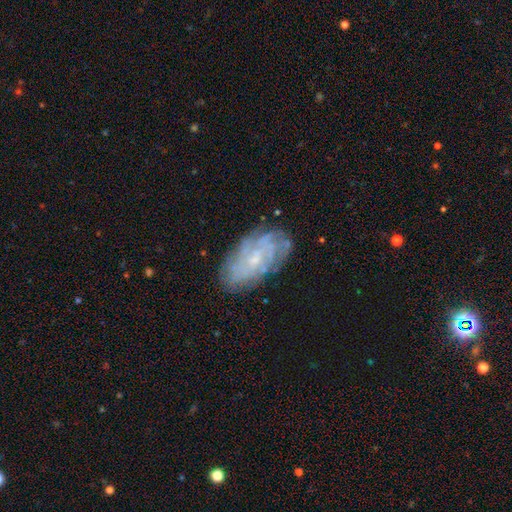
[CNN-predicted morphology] Smooth or featured? featured or disk (63%)
Edge-on disk? no (92%)
Bar? no (62%)
Spiral arms? yes (87%)
Spiral winding? tight (66%)
Spiral arm count? can't tell (51%)
Bulge size? small (72%)
Merging? none (81%)